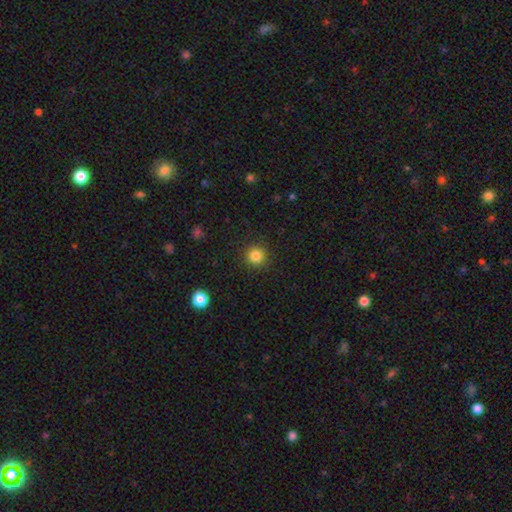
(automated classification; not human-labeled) Smooth or featured? smooth (83%)
How rounded? round (94%)
Merging? none (90%)